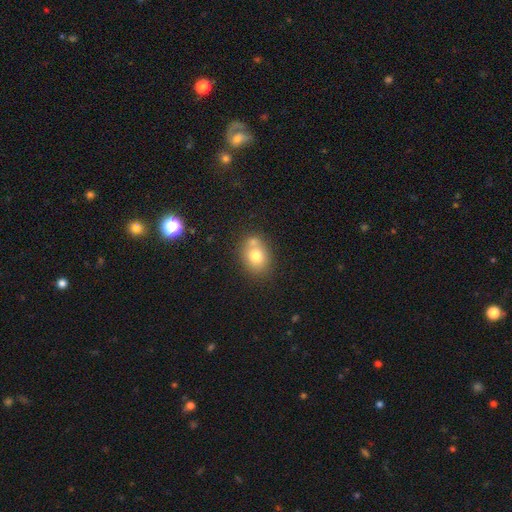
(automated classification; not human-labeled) A smooth galaxy with no disk features (76%) that is in between round and cigar-shaped (53%).

Vote fractions:
- Smooth or featured? smooth: 76% / featured or disk: 14% / star or artifact: 10%
- How rounded? in between: 53% / round: 46% / cigar-shaped: 1%
- Merging? none: 53% / merger: 29% / minor disturbance: 14% / major disturbance: 4%